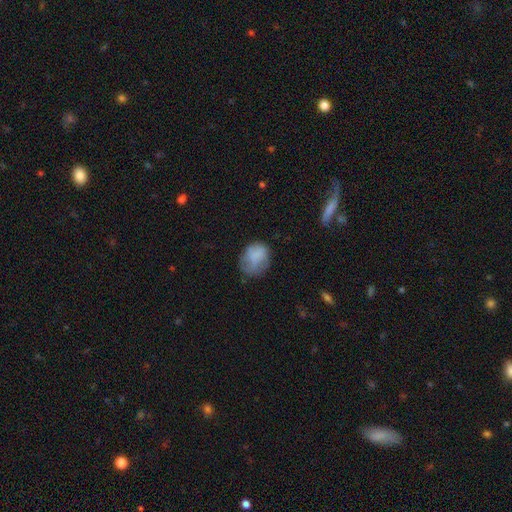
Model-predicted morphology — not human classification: A smooth galaxy with no disk features (76%) that is round (55%). Merging: none (53%).